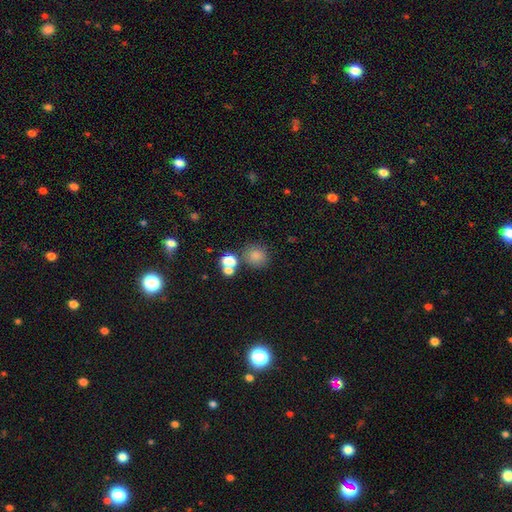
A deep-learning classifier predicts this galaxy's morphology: This appears to be a smooth galaxy with no disk features (80%) that is round (84%). Merging: none (70%).